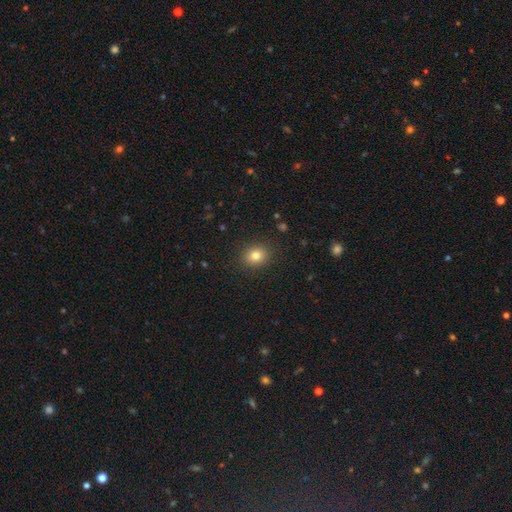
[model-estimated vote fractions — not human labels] Overall: smooth (80%). How rounded: round (65%; in between 34%). Merging: none (89%).